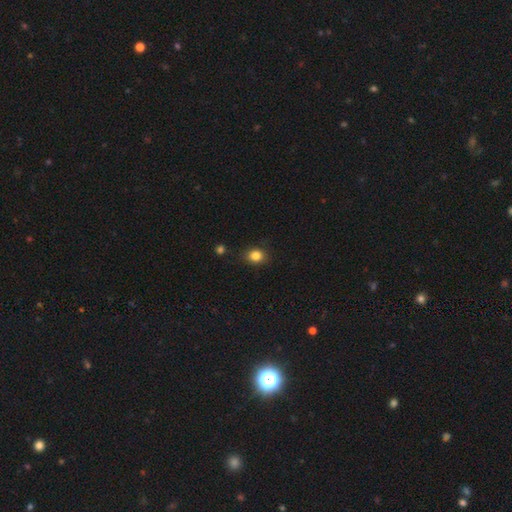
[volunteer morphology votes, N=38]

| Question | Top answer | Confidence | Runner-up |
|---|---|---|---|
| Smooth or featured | smooth | 84% | featured or disk (8%) |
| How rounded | round | 62% | in between (38%) |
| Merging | none | 94% | minor disturbance (6%) |